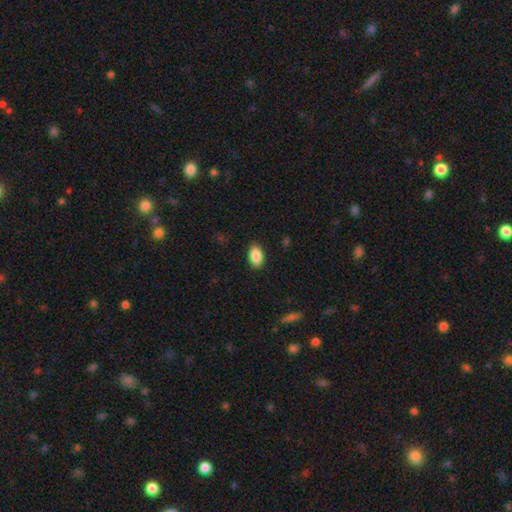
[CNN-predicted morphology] smooth 88%, star or artifact 7%, featured or disk 5%. Down the decision tree: how rounded — in between (92%); merging — none (88%).